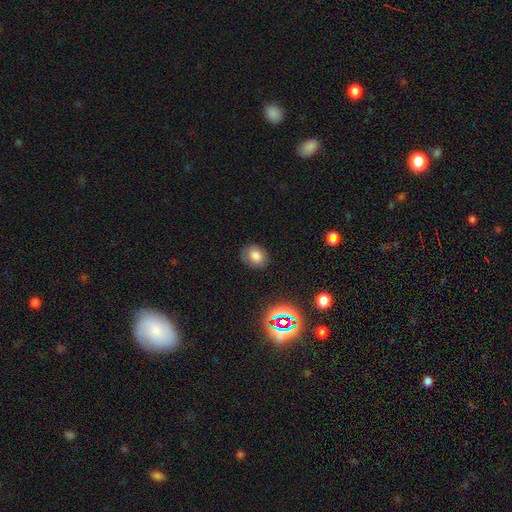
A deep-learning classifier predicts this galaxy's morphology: This appears to be a smooth galaxy with no disk features (75%) that is round (50%). Merging: none (82%).